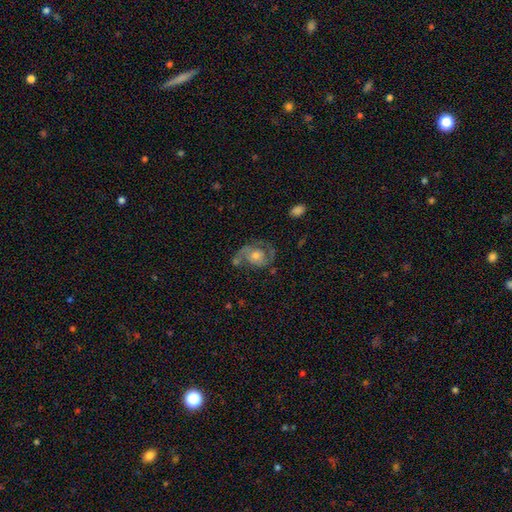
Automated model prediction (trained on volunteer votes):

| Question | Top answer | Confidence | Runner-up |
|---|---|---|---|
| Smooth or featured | featured or disk | 77% | smooth (15%) |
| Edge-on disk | no | 97% | yes (3%) |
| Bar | no | 71% | weak (24%) |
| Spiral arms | yes | 89% | no (11%) |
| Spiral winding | medium | 49% | tight (30%) |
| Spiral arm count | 2 | 76% | 1 (9%) |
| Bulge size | moderate | 59% | small (29%) |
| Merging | none | 55% | minor disturbance (21%) |